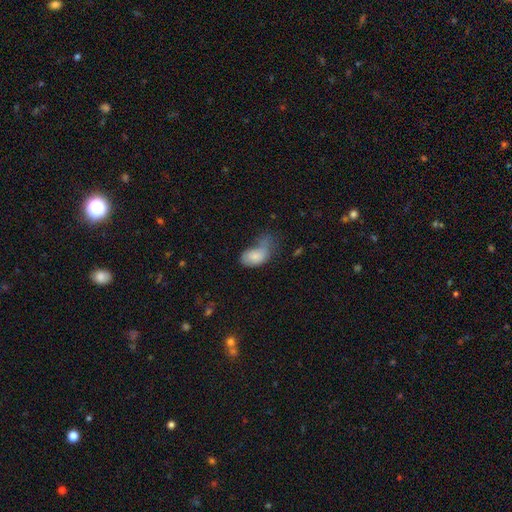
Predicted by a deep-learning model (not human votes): smooth-or-featured: smooth: 76% | featured or disk: 16% | star or artifact: 8%
  how-rounded: in between: 90% | round: 8% | cigar-shaped: 2%
  merging: major disturbance: 40% | minor disturbance: 25% | none: 19% | merger: 16%